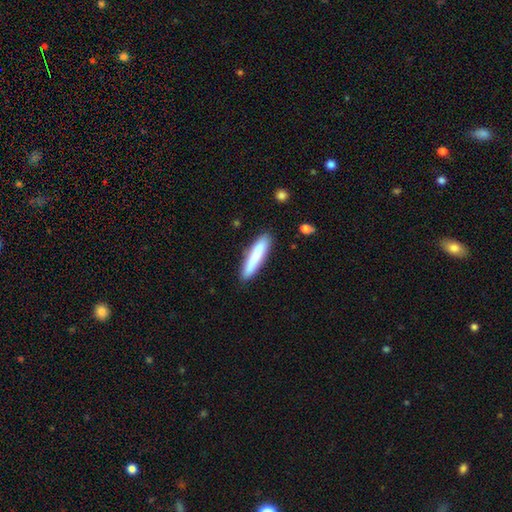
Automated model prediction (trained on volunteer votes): Q: Smooth or featured?
A: smooth (82%); runner-up: featured or disk (12%)
Q: How rounded?
A: cigar-shaped (88%); runner-up: in between (11%)
Q: Merging?
A: none (87%); runner-up: minor disturbance (9%)